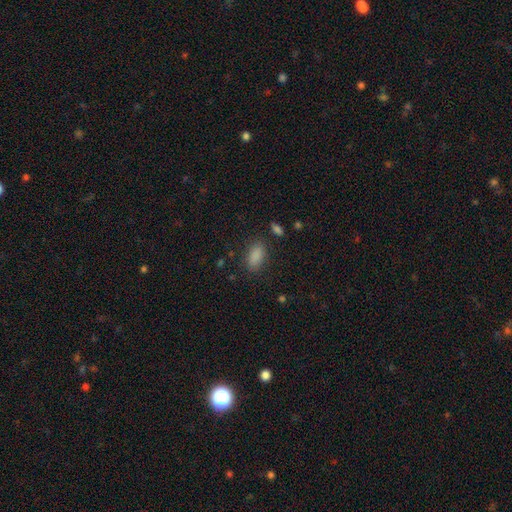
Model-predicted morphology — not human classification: Smooth or featured?
  - smooth: 87% *
  - star or artifact: 9%
  - featured or disk: 4%
How rounded?
  - in between: 88% *
  - cigar-shaped: 6%
  - round: 5%
Merging?
  - none: 82% *
  - minor disturbance: 12%
  - major disturbance: 4%
  - merger: 2%